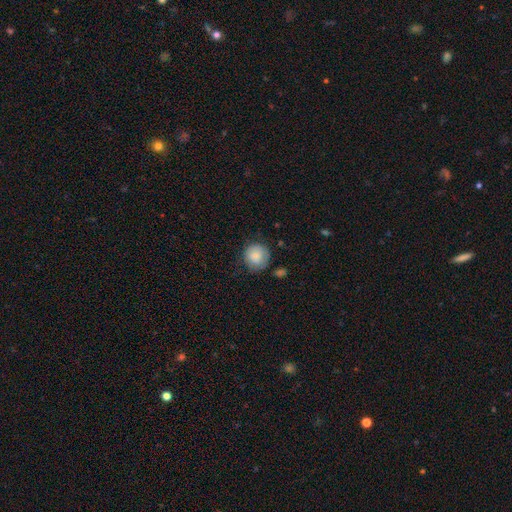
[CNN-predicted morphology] smooth-or-featured: smooth: 80% | featured or disk: 12% | star or artifact: 8%
  how-rounded: round: 90% | in between: 10% | cigar-shaped: 1%
  merging: none: 70% | minor disturbance: 21% | major disturbance: 6% | merger: 2%